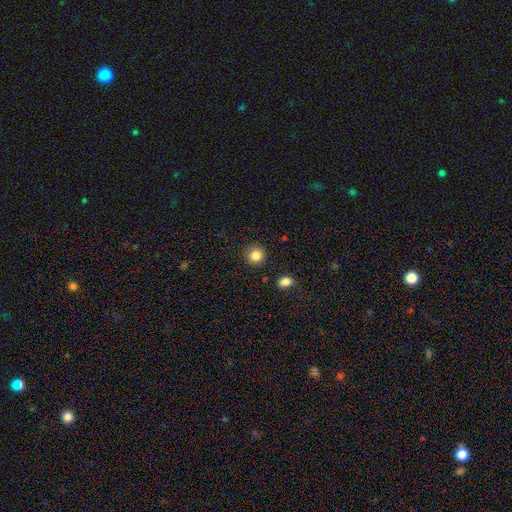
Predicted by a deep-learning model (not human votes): smooth-or-featured: smooth: 84% | star or artifact: 11% | featured or disk: 5%
  how-rounded: round: 92% | in between: 7% | cigar-shaped: 1%
  merging: none: 90% | minor disturbance: 6% | merger: 2% | major disturbance: 2%